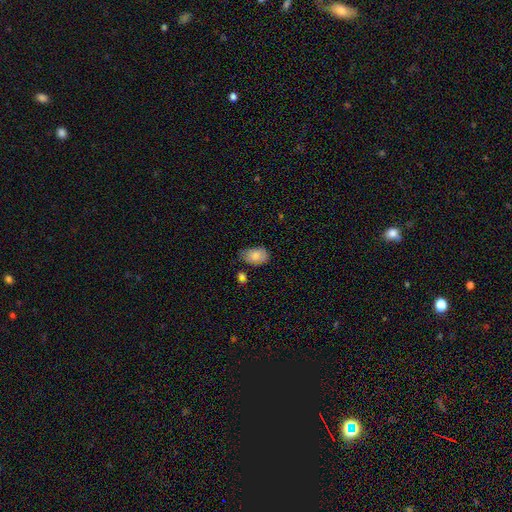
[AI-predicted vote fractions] Q: Smooth or featured?
A: smooth (78%); runner-up: featured or disk (14%)
Q: How rounded?
A: in between (89%); runner-up: round (10%)
Q: Merging?
A: none (56%); runner-up: minor disturbance (32%)